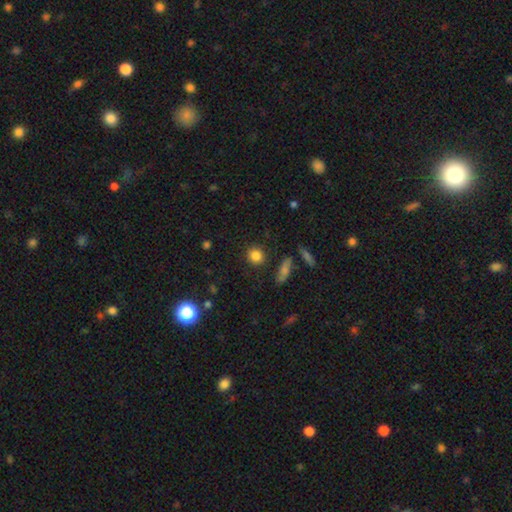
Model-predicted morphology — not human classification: smooth-or-featured: smooth: 84% | star or artifact: 10% | featured or disk: 6%
  how-rounded: round: 86% | in between: 13% | cigar-shaped: 2%
  merging: none: 87% | minor disturbance: 8% | merger: 3% | major disturbance: 3%